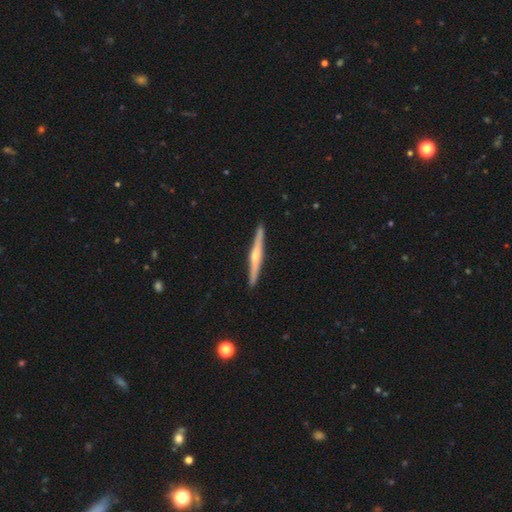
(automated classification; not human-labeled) Smooth or featured: featured or disk — 71% (smooth — 24%)
Edge-on disk: yes — 98% (no — 2%)
Edge-on bulge: rounded — 81% (none — 13%)
Merging: none — 92% (minor disturbance — 6%)